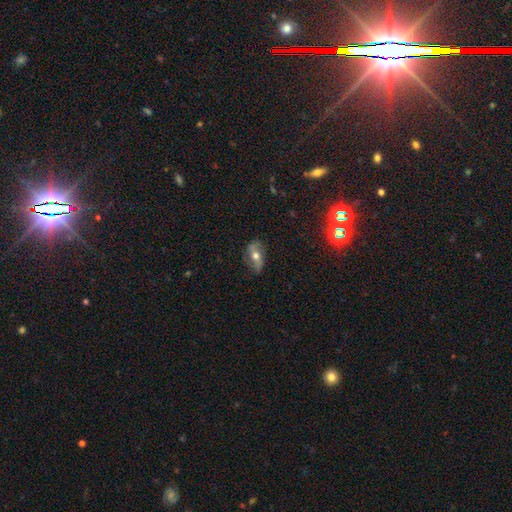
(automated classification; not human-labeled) smooth_or_featured: featured or disk (p=0.58) [alt: smooth p=0.33]
disk_edge_on: no (p=0.84) [alt: yes p=0.16]
merging: none (p=0.73) [alt: minor disturbance p=0.19]